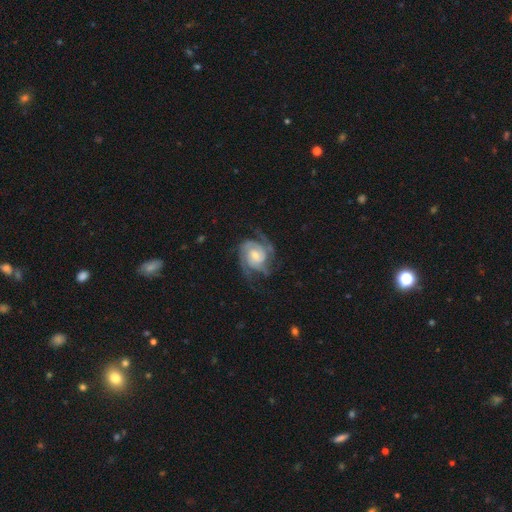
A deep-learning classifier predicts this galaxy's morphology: Overall: featured or disk (86%). Edge-on disk: no (98%). Bar: no (60%; weak 33%). Spiral arms: yes (97%). Spiral arm count: 2 (35%; 3 31%). Spiral winding: tight (51%; medium 39%). Bulge size: moderate (50%; small 36%). Merging: none (64%).